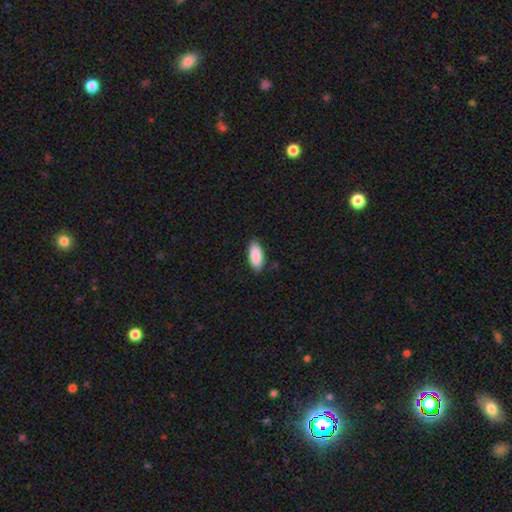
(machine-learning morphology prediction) Smooth or featured?
  - smooth: 90% *
  - star or artifact: 6%
  - featured or disk: 4%
How rounded?
  - in between: 84% *
  - cigar-shaped: 14%
  - round: 2%
Merging?
  - none: 86% *
  - minor disturbance: 11%
  - major disturbance: 2%
  - merger: 1%